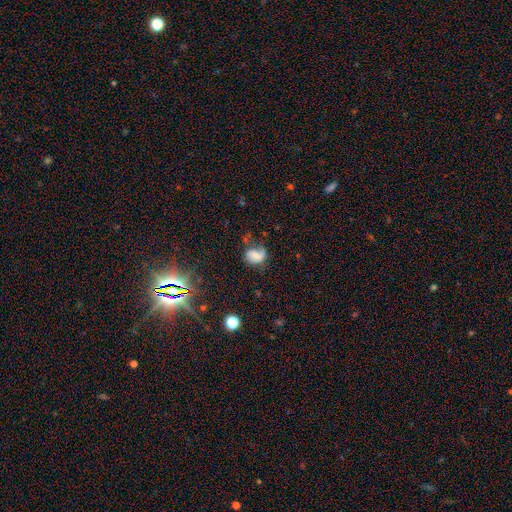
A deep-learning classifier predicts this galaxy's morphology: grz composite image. It shows a smooth galaxy with no disk features (50%) that is in between round and cigar-shaped (56%). Merging: none (44%).